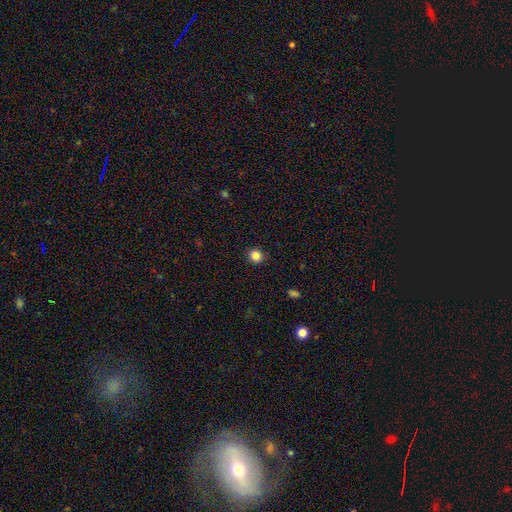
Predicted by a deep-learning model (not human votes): This appears to be a smooth galaxy with no disk features (84%) that is round (85%). Merging: none (91%).